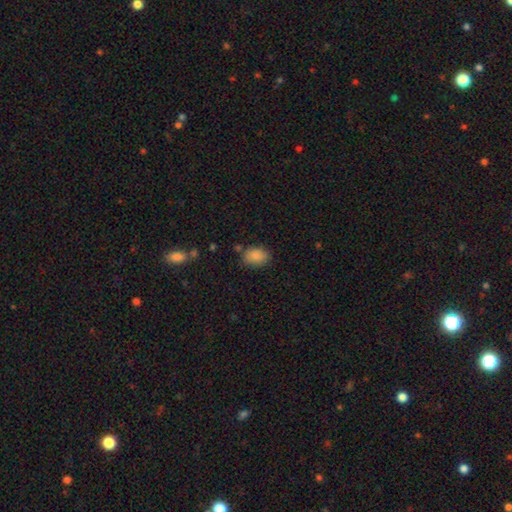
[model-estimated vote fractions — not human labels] smooth 87%, star or artifact 8%, featured or disk 5%. Down the decision tree: how rounded — in between (79%); merging — none (78%).